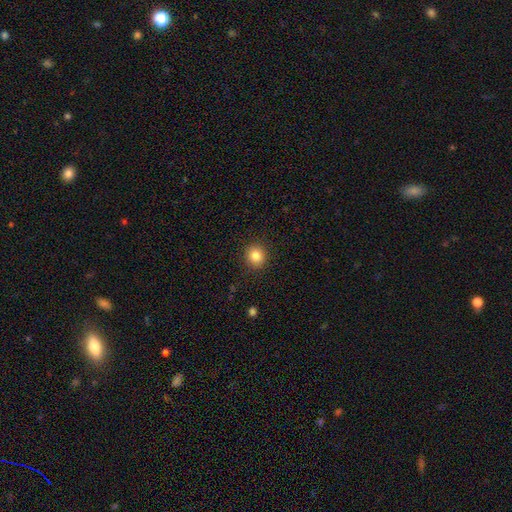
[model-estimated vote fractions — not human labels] Smooth or featured? Predicted: smooth (p=0.84). How rounded? Predicted: round (p=0.88). Merging? Predicted: none (p=0.91).